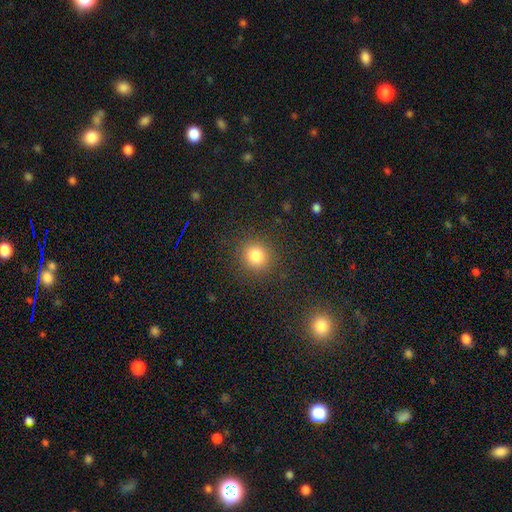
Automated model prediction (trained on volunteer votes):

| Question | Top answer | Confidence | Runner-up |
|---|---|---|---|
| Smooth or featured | smooth | 81% | star or artifact (13%) |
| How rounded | round | 89% | in between (10%) |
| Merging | none | 89% | minor disturbance (7%) |